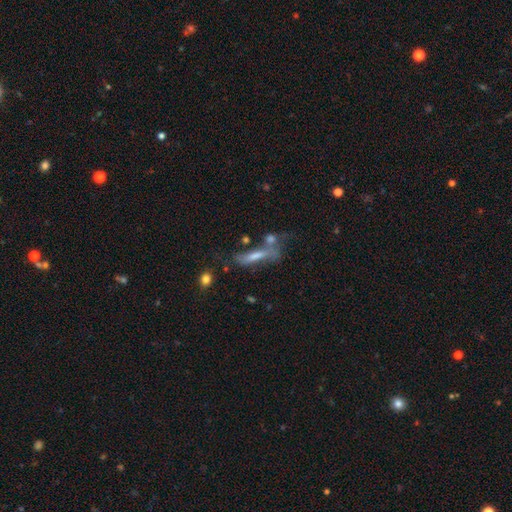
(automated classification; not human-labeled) smooth-or-featured: featured or disk: 49% | smooth: 38% | star or artifact: 13%
  merging: none: 40% | merger: 23% | minor disturbance: 19% | major disturbance: 18%